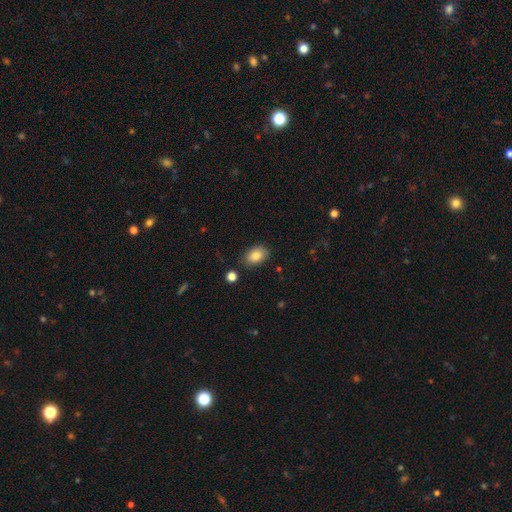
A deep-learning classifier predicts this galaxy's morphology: Smooth or featured?
  - smooth: 85% *
  - star or artifact: 8%
  - featured or disk: 7%
How rounded?
  - in between: 85% *
  - round: 14%
  - cigar-shaped: 1%
Merging?
  - none: 83% *
  - minor disturbance: 12%
  - major disturbance: 3%
  - merger: 2%